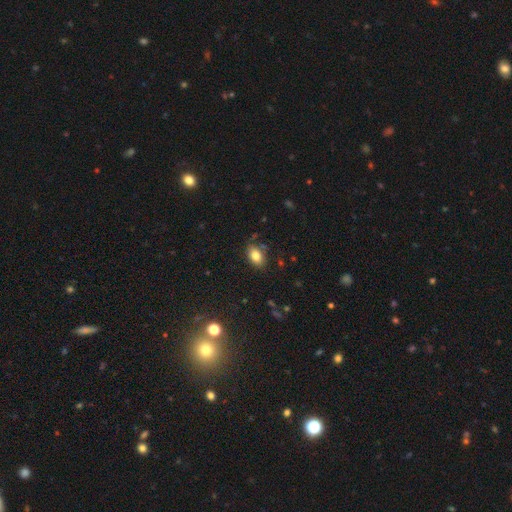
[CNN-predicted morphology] smooth 82%, featured or disk 9%, star or artifact 9%. Down the decision tree: how rounded — in between (87%); merging — none (78%).